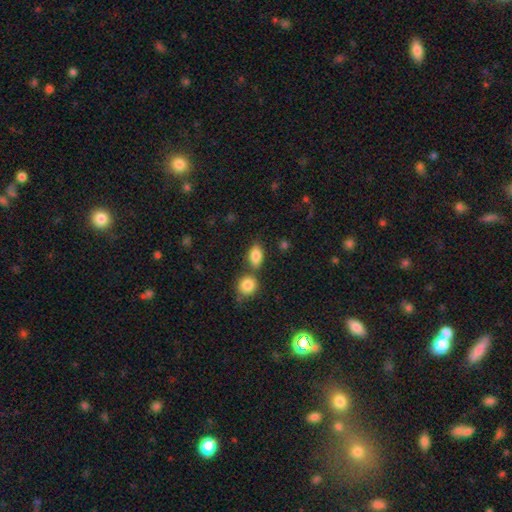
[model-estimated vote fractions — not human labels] Morphology: type=smooth (85%); roundness=in between (87%); merging=none (61%).